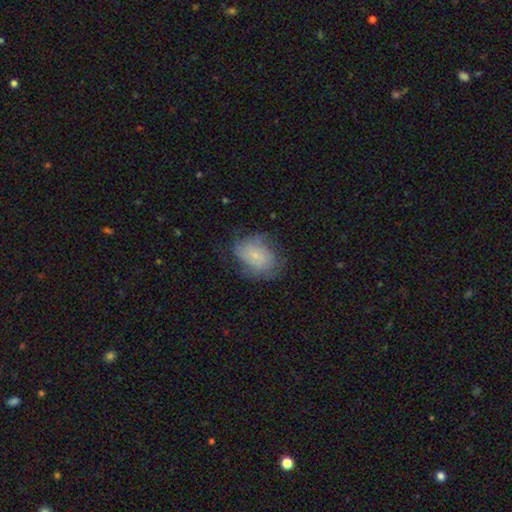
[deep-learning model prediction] A smooth galaxy with no disk features (52%) that is in between round and cigar-shaped (71%). Merging: none (55%).